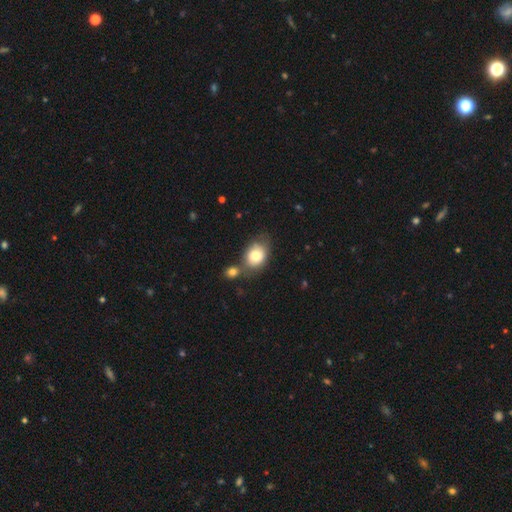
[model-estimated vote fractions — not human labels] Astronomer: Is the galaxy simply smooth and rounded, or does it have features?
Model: smooth — 78%.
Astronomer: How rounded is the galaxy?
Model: in between — 60% (runner-up: round, 38%).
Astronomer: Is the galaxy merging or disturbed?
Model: none — 50% (runner-up: merger, 27%).